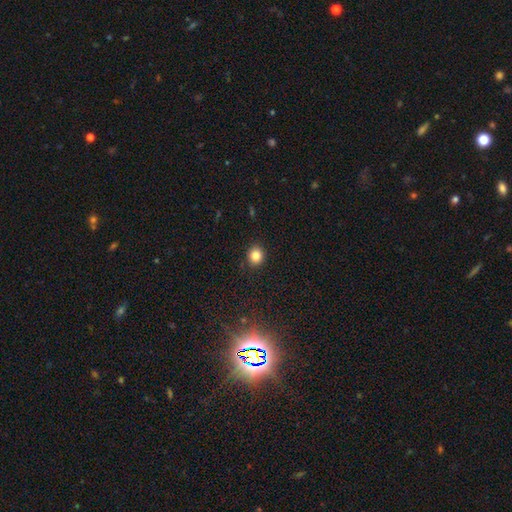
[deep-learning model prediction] Smooth or featured?
  - smooth: 84% *
  - star or artifact: 11%
  - featured or disk: 5%
How rounded?
  - round: 82% *
  - in between: 17%
  - cigar-shaped: 1%
Merging?
  - none: 90% *
  - minor disturbance: 7%
  - major disturbance: 2%
  - merger: 1%